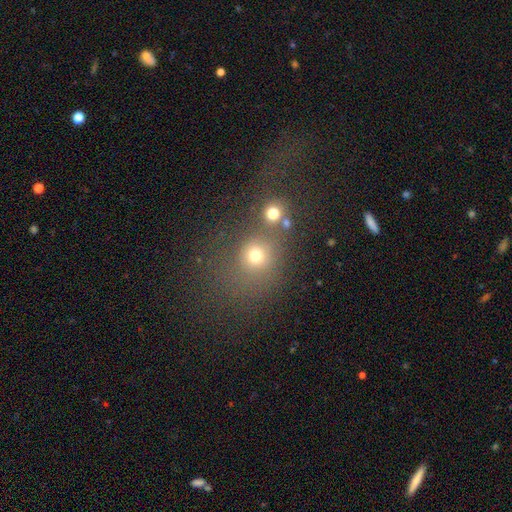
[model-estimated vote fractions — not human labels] smooth_or_featured: smooth (p=0.71) [alt: star or artifact p=0.19]
how_rounded: round (p=0.79) [alt: in between p=0.19]
merging: none (p=0.56) [alt: merger p=0.25]